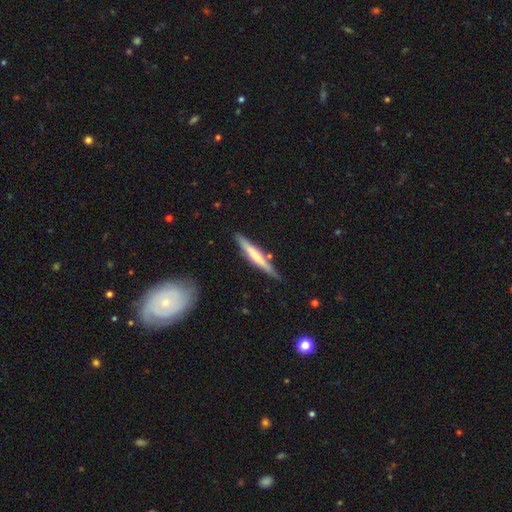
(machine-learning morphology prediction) This appears to be a featured or disk galaxy (51%) viewed edge-on (95%). Merging: none (81%).